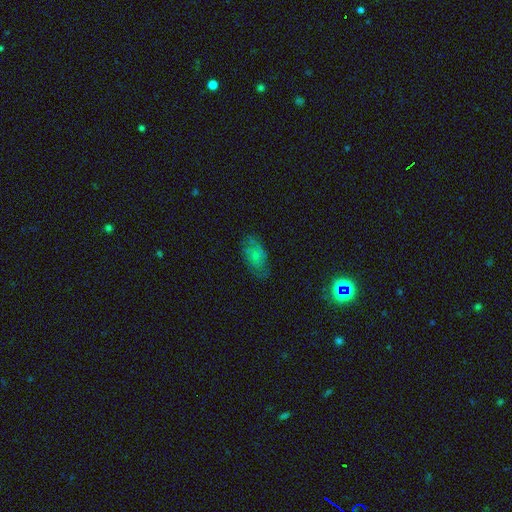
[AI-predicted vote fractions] Smooth or featured? Predicted: smooth (p=0.56). How rounded? Predicted: in between (p=0.91). Merging? Predicted: none (p=0.65).